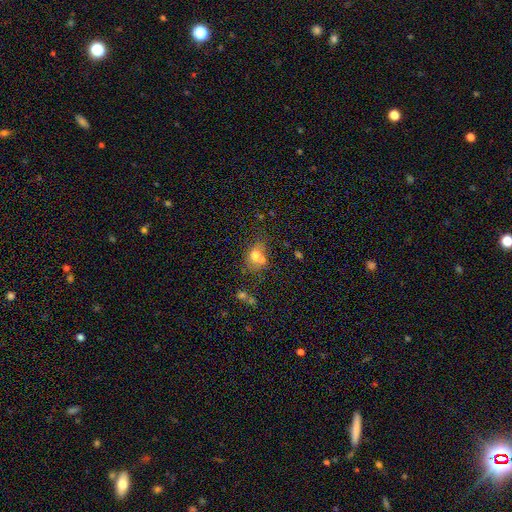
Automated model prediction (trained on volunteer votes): The model was most divided on "merging": none: 42%, merger: 37%, minor disturbance: 14%, major disturbance: 7%. More confident: smooth or featured — smooth (69%); how rounded — round (54%).